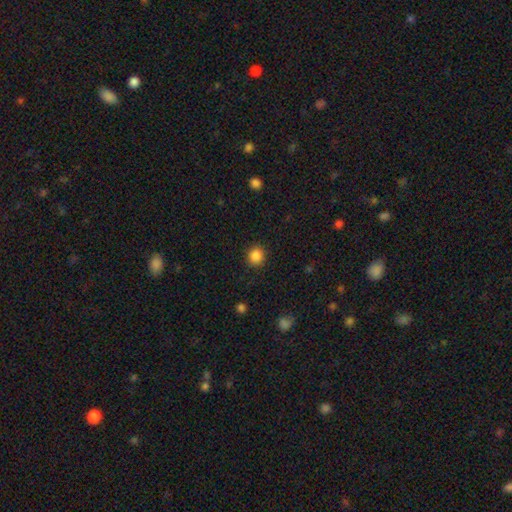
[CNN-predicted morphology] Overall: smooth (86%). How rounded: round (88%). Merging: none (90%).